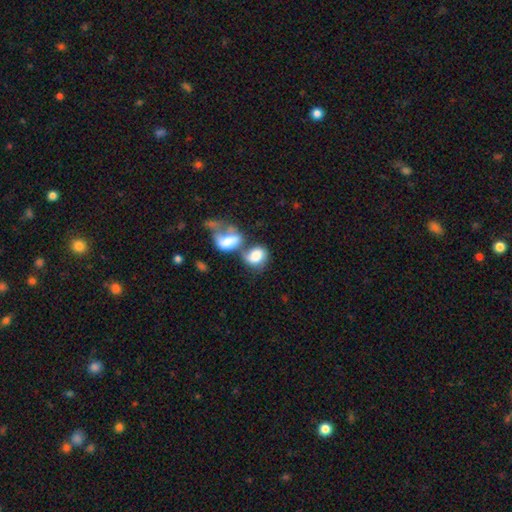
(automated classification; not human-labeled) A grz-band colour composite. It shows a smooth galaxy with no disk features (68%) that is in between round and cigar-shaped (65%). Merging: merger (65%).